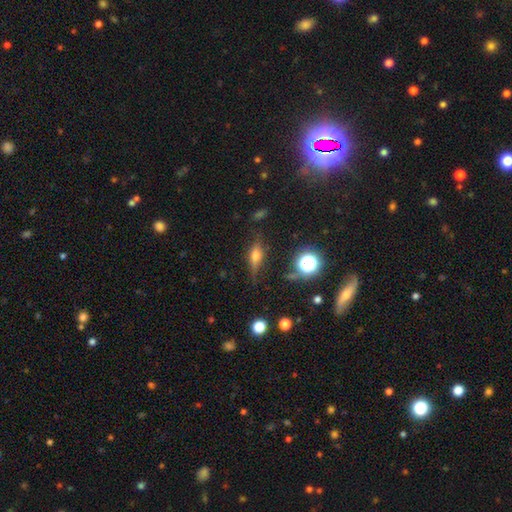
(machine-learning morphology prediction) The model was most divided on "smooth or featured": featured or disk: 46%, smooth: 37%, star or artifact: 16%. More confident: merging — none (72%).